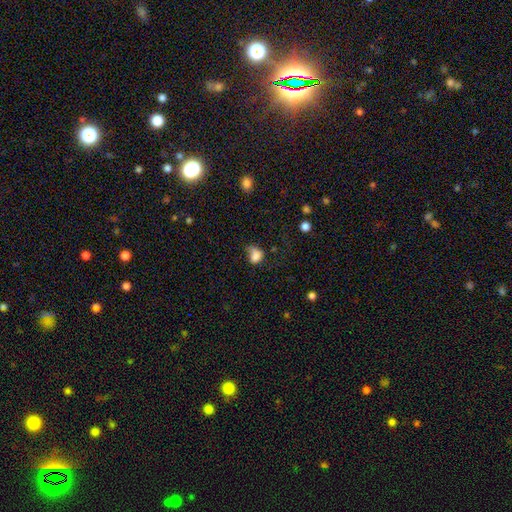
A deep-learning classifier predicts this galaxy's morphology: Q: Smooth or featured?
A: smooth (79%); runner-up: star or artifact (11%)
Q: How rounded?
A: in between (54%); runner-up: round (44%)
Q: Merging?
A: minor disturbance (36%); runner-up: none (31%)